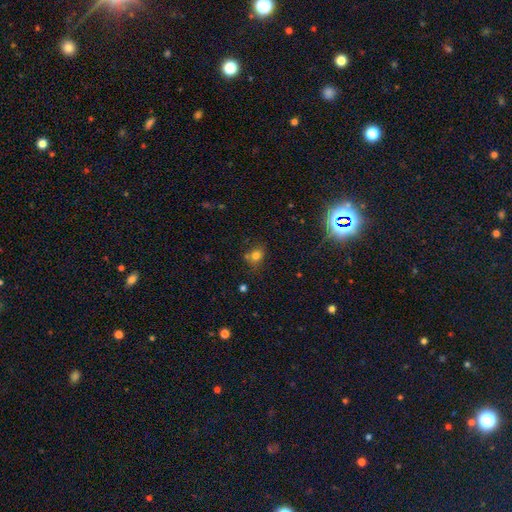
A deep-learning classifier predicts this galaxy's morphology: type=smooth (75%); roundness=round (59%); merging=none (65%).